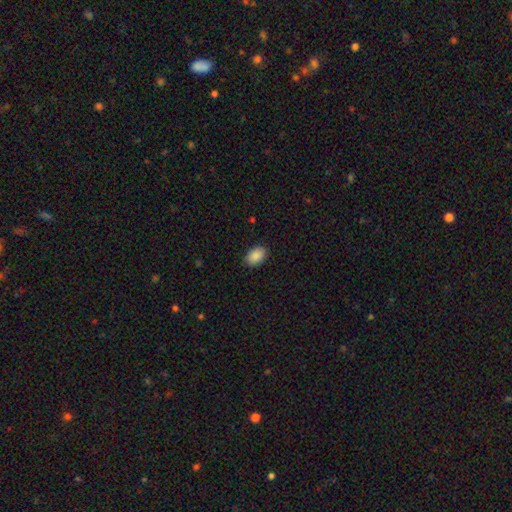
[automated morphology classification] The model was most divided on "merging": none: 88%, minor disturbance: 9%, major disturbance: 2%, merger: 1%. More confident: how rounded — in between (90%); smooth or featured — smooth (90%).